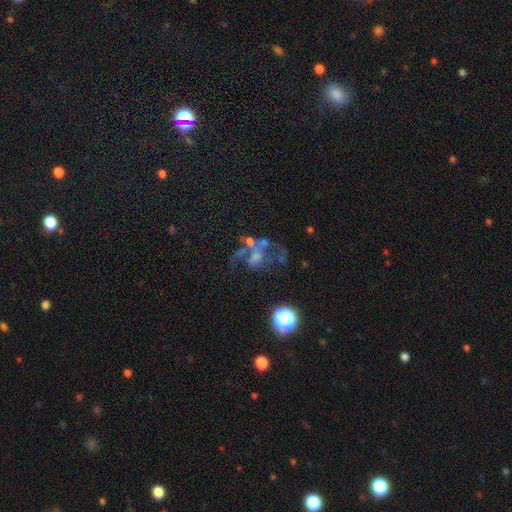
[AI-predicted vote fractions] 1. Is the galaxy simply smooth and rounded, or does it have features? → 55% featured or disk, 23% star or artifact, 22% smooth.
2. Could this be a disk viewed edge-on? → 97% no, 3% yes.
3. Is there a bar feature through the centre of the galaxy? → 75% no, 19% weak, 6% strong.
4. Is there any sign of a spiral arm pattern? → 56% no, 44% yes.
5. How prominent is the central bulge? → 37% none, 28% moderate, 26% small, 6% large, 2% dominant.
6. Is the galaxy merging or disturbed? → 33% major disturbance, 29% none, 25% merger, 13% minor disturbance.